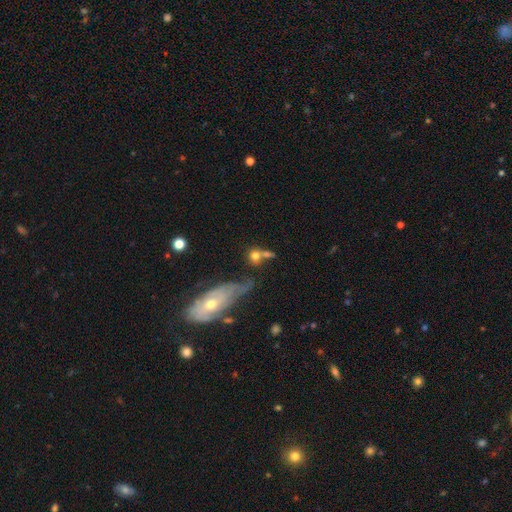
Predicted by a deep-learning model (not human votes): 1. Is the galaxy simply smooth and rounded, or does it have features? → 69% smooth, 20% featured or disk, 11% star or artifact.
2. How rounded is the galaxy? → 68% round, 27% in between, 5% cigar-shaped.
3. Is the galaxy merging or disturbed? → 41% merger, 35% none, 13% minor disturbance, 11% major disturbance.